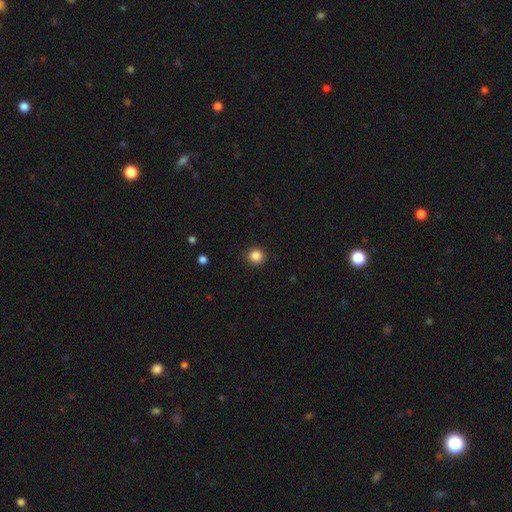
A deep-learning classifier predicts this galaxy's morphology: Smooth or featured?
  - smooth: 86% *
  - star or artifact: 11%
  - featured or disk: 3%
How rounded?
  - round: 94% *
  - in between: 5%
  - cigar-shaped: 1%
Merging?
  - none: 91% *
  - minor disturbance: 6%
  - major disturbance: 2%
  - merger: 1%